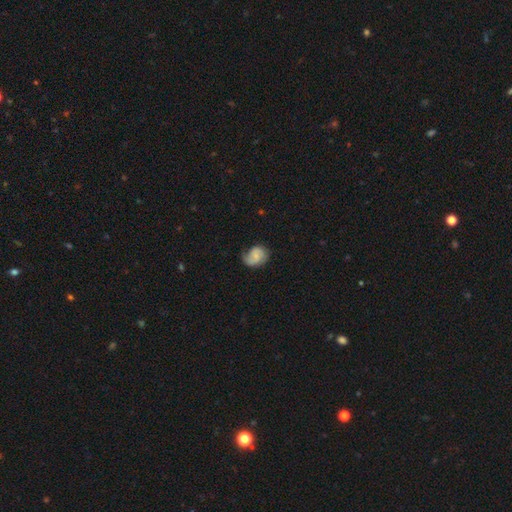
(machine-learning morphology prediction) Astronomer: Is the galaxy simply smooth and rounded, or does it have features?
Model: featured or disk — 49% (runner-up: smooth, 44%).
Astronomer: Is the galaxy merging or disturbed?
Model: none — 54% (runner-up: minor disturbance, 30%).